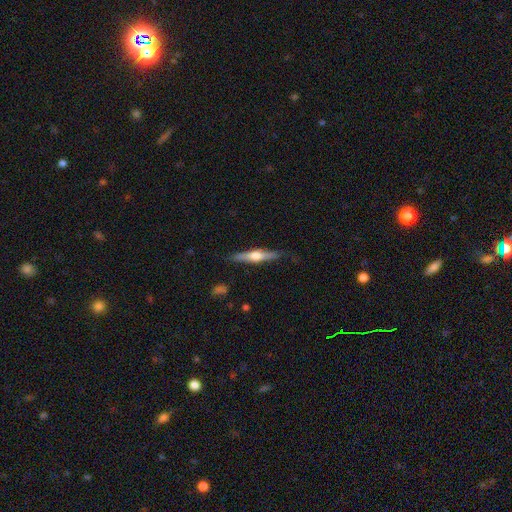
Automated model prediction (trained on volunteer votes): The model was most divided on "smooth or featured": featured or disk: 63%, smooth: 31%, star or artifact: 5%. More confident: edge-on disk — yes (97%); edge-on bulge — rounded (91%); merging — none (84%).